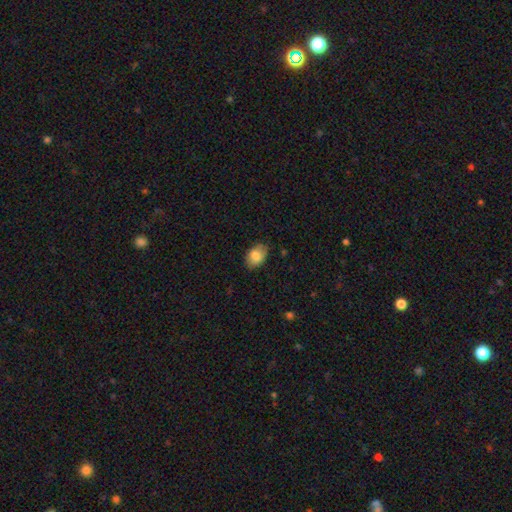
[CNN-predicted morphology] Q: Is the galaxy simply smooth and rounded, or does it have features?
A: smooth — 81%.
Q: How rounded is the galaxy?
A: in between — 81%.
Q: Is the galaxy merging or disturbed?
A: none — 80%.